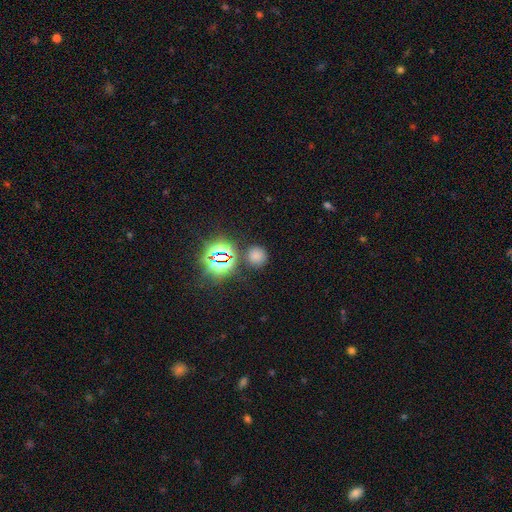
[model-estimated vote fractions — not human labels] Q: Smooth or featured?
A: smooth (63%); runner-up: star or artifact (30%)
Q: How rounded?
A: round (89%); runner-up: in between (10%)
Q: Merging?
A: none (81%); runner-up: minor disturbance (10%)